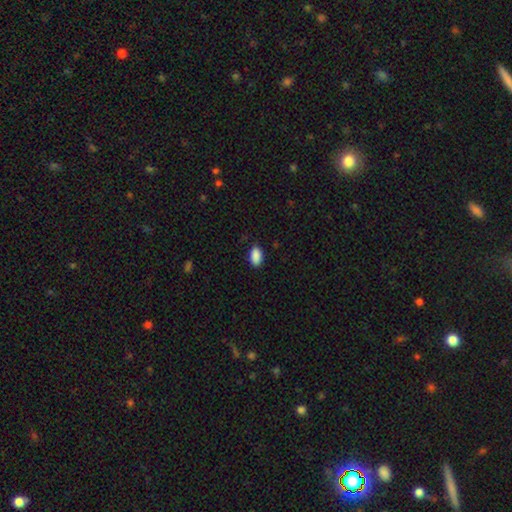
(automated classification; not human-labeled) A smooth galaxy with no disk features (90%) that is in between round and cigar-shaped (92%).

Vote fractions:
- Smooth or featured? smooth: 90% / star or artifact: 7% / featured or disk: 3%
- How rounded? in between: 92% / round: 5% / cigar-shaped: 3%
- Merging? none: 83% / minor disturbance: 14% / major disturbance: 2% / merger: 1%